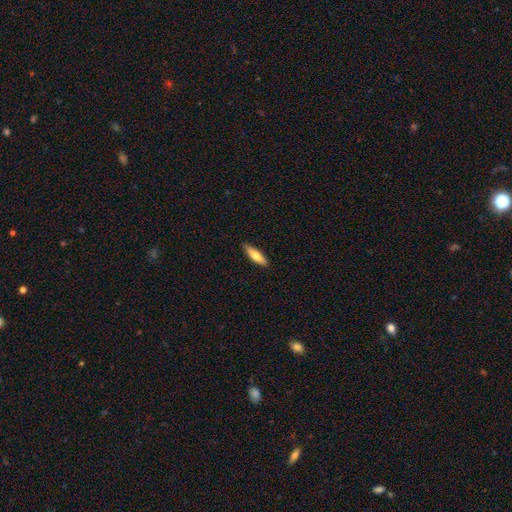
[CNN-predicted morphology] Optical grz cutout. It shows a smooth galaxy with no disk features (73%) that is cigar-shaped (64%). Merging: none (89%).